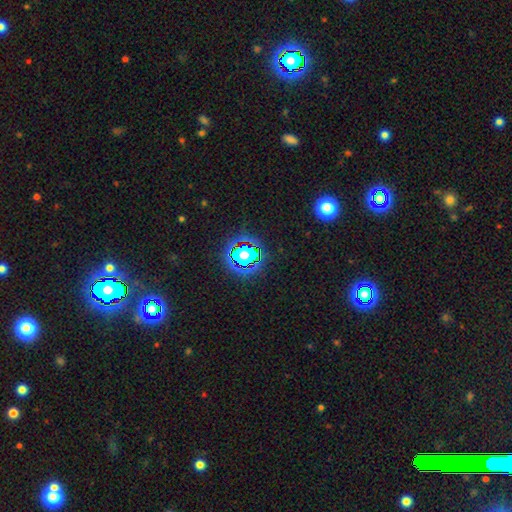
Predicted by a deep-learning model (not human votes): smooth_or_featured: star or artifact (p=0.76) [alt: smooth p=0.15]